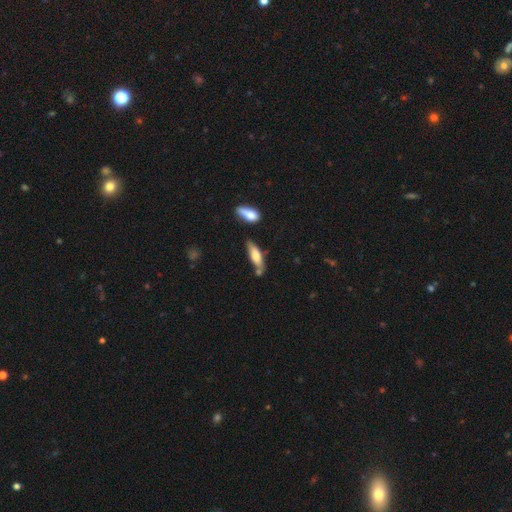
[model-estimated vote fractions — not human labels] Smooth or featured: smooth — 69% (featured or disk — 24%)
How rounded: in between — 50% (cigar-shaped — 48%)
Merging: none — 59% (minor disturbance — 21%)